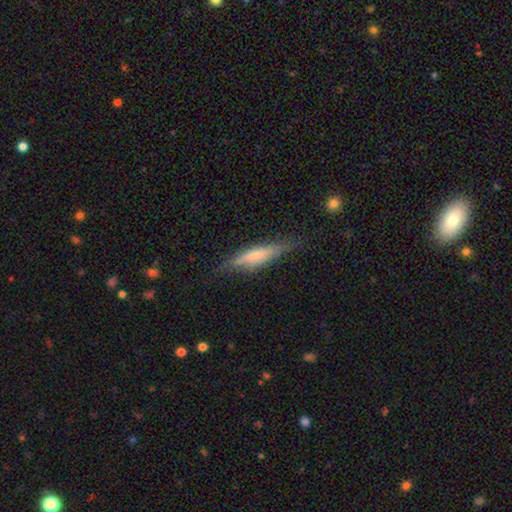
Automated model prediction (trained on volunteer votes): smooth-or-featured: featured or disk: 47% (tied) | smooth: 47% (tied) | star or artifact: 7%
  merging: none: 79% | minor disturbance: 16% | major disturbance: 4% | merger: 1%